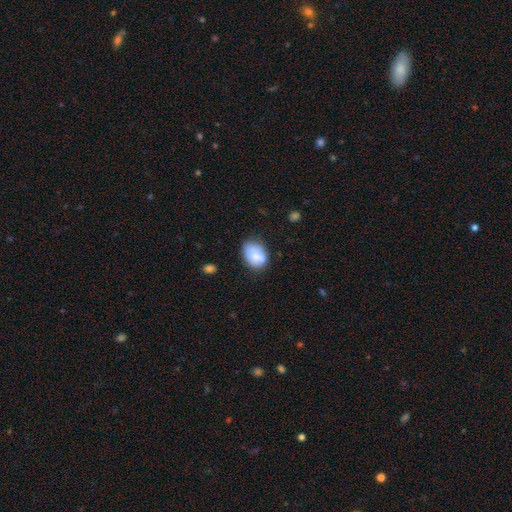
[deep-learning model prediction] Smooth or featured? Predicted: smooth (p=0.74). How rounded? Predicted: in between (p=0.71). Merging? Predicted: none (p=0.56).